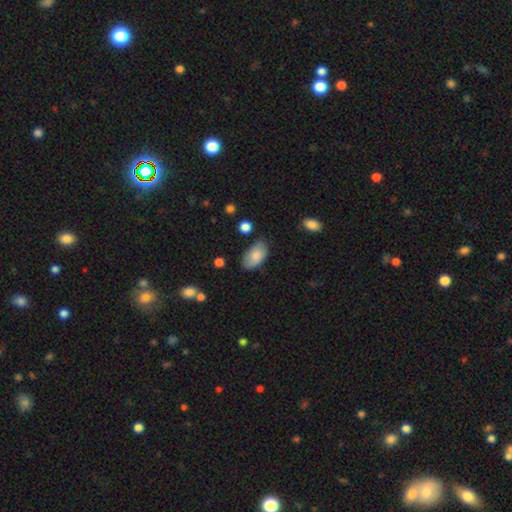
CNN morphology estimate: Smooth or featured? smooth (81%)
How rounded? in between (94%)
Merging? none (74%)